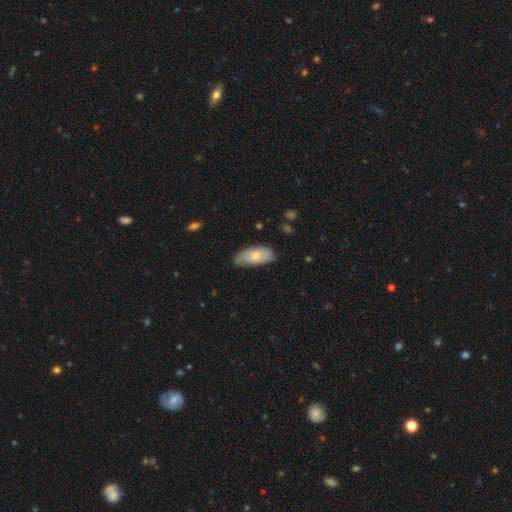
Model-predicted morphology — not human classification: Smooth or featured? smooth (58%)
How rounded? in between (90%)
Merging? none (60%)